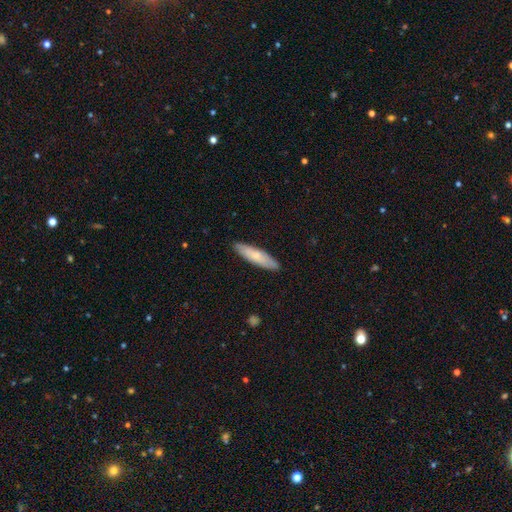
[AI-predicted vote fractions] A smooth galaxy with no disk features (68%) that is cigar-shaped (72%).

Vote fractions:
- Smooth or featured? smooth: 68% / featured or disk: 26% / star or artifact: 5%
- How rounded? cigar-shaped: 72% / in between: 26% / round: 2%
- Merging? none: 88% / minor disturbance: 9% / major disturbance: 2% / merger: 1%